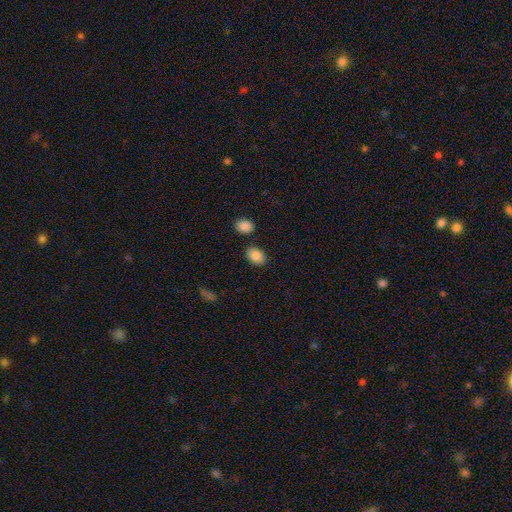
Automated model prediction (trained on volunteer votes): A smooth galaxy with no disk features (87%) that is in between round and cigar-shaped (75%).

Vote fractions:
- Smooth or featured? smooth: 87% / star or artifact: 8% / featured or disk: 5%
- How rounded? in between: 75% / round: 24% / cigar-shaped: 1%
- Merging? none: 81% / minor disturbance: 11% / merger: 6% / major disturbance: 3%